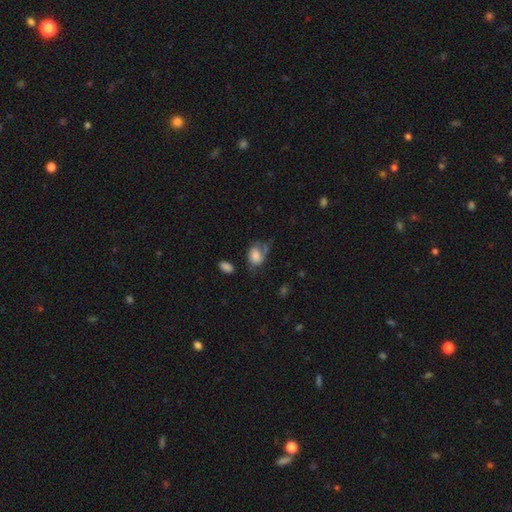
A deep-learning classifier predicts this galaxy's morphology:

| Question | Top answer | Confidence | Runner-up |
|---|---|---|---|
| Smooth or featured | smooth | 69% | featured or disk (22%) |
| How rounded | in between | 72% | round (26%) |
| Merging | major disturbance | 36% | none (29%) |